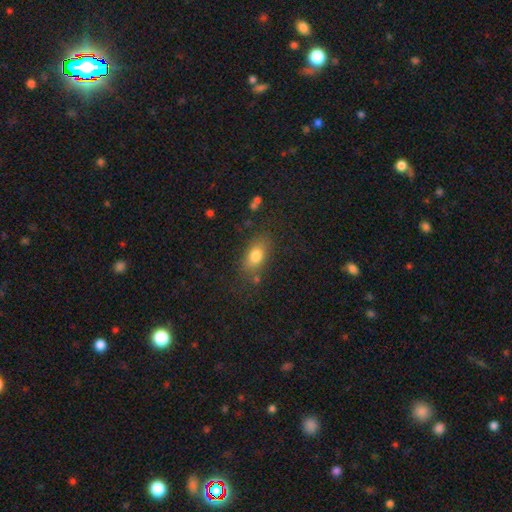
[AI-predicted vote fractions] A smooth galaxy with no disk features (79%) that is in between round and cigar-shaped (81%). Merging: none (74%).